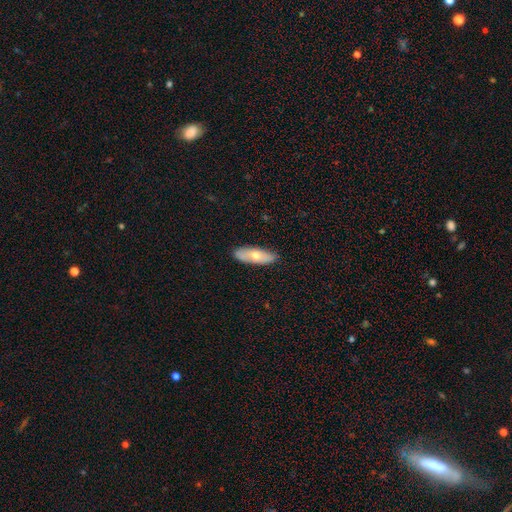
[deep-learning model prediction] Q: Smooth or featured?
A: smooth (59%); runner-up: featured or disk (35%)
Q: How rounded?
A: in between (63%); runner-up: cigar-shaped (35%)
Q: Merging?
A: none (86%); runner-up: minor disturbance (11%)